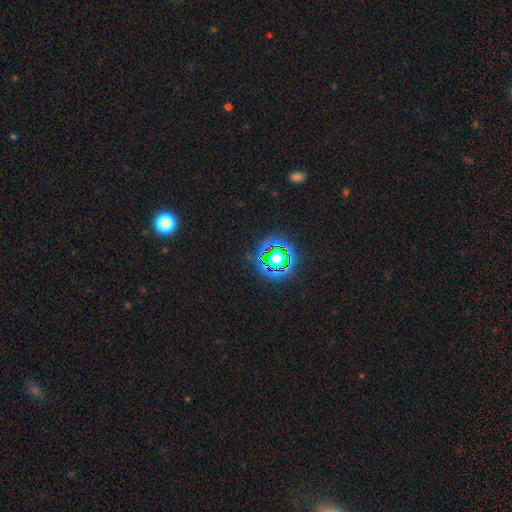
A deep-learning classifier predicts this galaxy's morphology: Smooth or featured?
  - star or artifact: 80% *
  - smooth: 13%
  - featured or disk: 7%